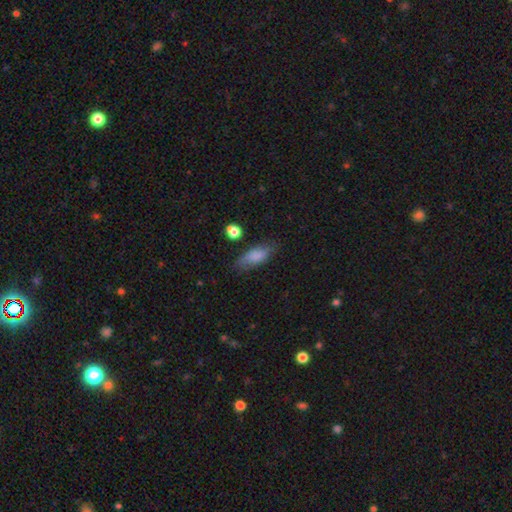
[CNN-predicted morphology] Smooth or featured? Predicted: smooth (p=0.77). How rounded? Predicted: in between (p=0.72). Merging? Predicted: none (p=0.69).